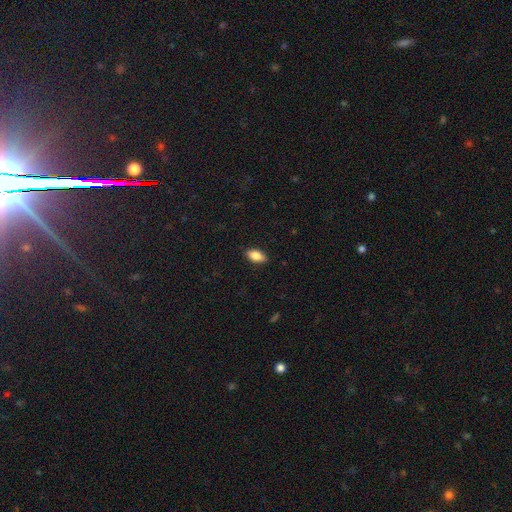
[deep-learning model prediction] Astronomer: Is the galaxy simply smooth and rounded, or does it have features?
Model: smooth — 84%.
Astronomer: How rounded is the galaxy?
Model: in between — 90%.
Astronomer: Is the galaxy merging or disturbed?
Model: none — 88%.